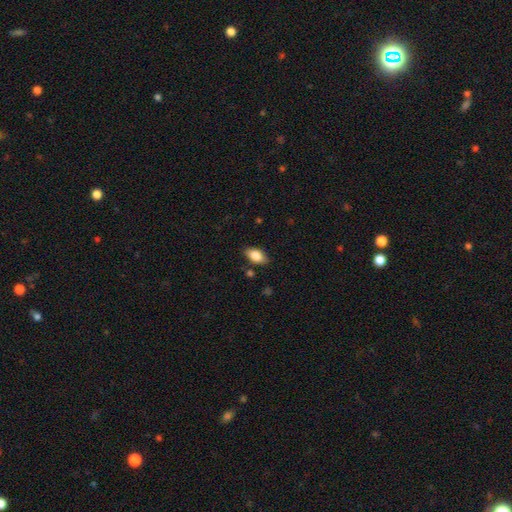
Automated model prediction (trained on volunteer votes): Q: Smooth or featured?
A: smooth (80%); runner-up: featured or disk (13%)
Q: How rounded?
A: in between (90%); runner-up: round (5%)
Q: Merging?
A: none (83%); runner-up: minor disturbance (12%)